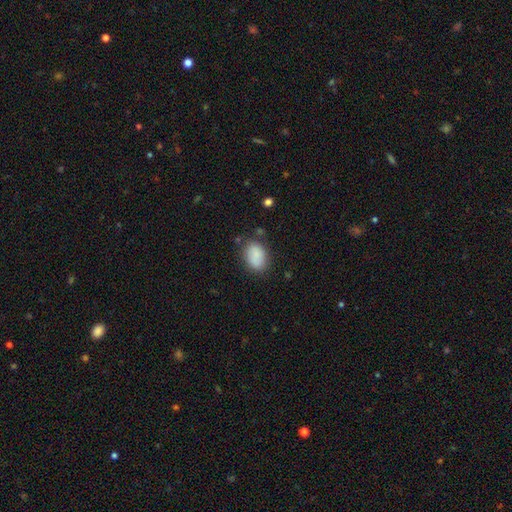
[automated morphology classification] Smooth or featured? smooth (86%)
How rounded? in between (84%)
Merging? none (75%)